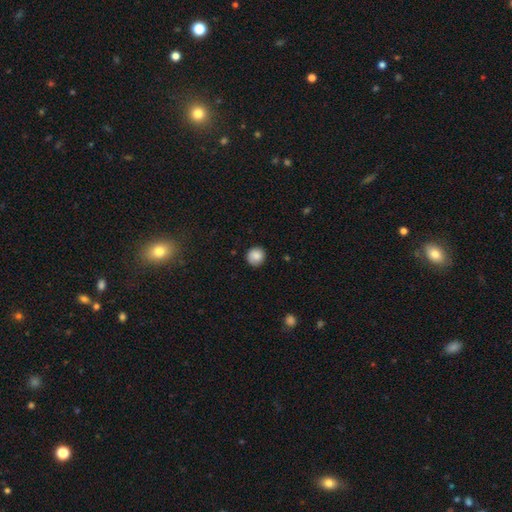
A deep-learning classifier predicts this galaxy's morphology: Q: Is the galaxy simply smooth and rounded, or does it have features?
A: smooth — 87%.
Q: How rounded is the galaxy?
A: round — 91%.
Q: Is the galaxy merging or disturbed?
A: none — 86%.